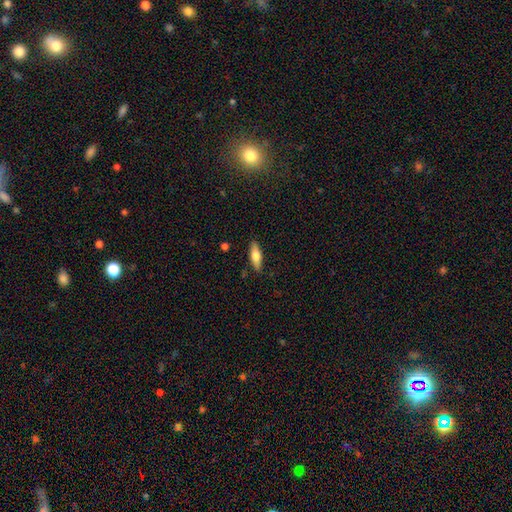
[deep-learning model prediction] Smooth or featured?
  - smooth: 63% *
  - featured or disk: 31%
  - star or artifact: 6%
How rounded?
  - in between: 50% *
  - cigar-shaped: 47%
  - round: 2%
Merging?
  - none: 87% *
  - minor disturbance: 9%
  - major disturbance: 2%
  - merger: 1%